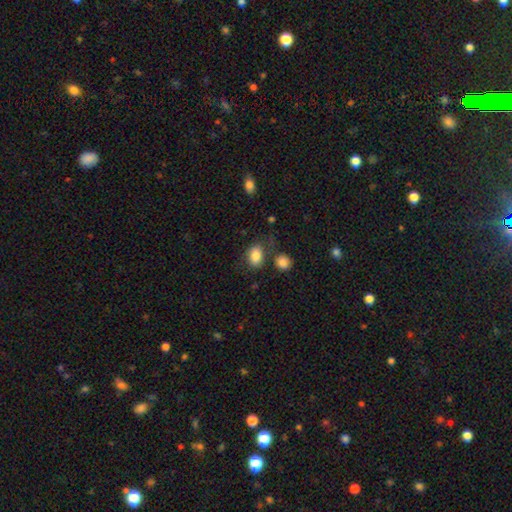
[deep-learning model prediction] smooth-or-featured: smooth: 83% | star or artifact: 9% | featured or disk: 8%
  how-rounded: in between: 74% | round: 24% | cigar-shaped: 1%
  merging: none: 66% | minor disturbance: 17% | merger: 10% | major disturbance: 7%